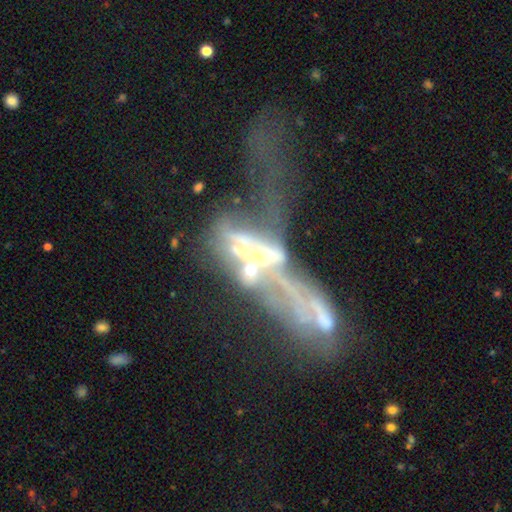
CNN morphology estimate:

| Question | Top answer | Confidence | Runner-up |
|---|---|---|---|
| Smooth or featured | featured or disk | 65% | star or artifact (18%) |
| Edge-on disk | no | 73% | yes (27%) |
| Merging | merger | 51% | major disturbance (34%) |